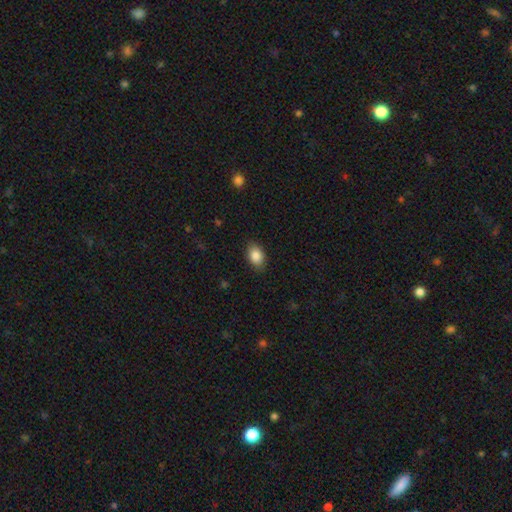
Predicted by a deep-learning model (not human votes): Smooth or featured? smooth (87%)
How rounded? in between (83%)
Merging? none (85%)